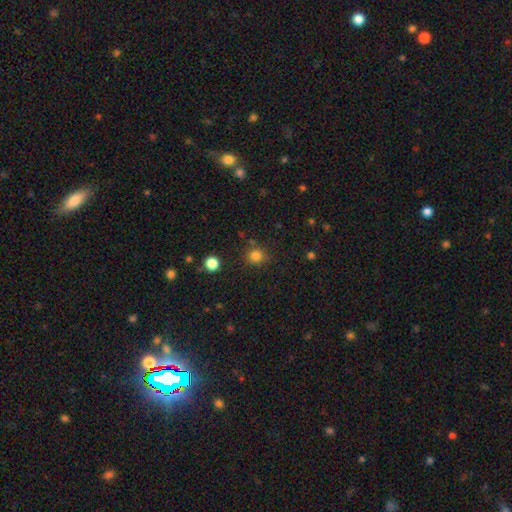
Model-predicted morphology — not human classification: Smooth or featured? smooth (82%)
How rounded? round (86%)
Merging? none (81%)